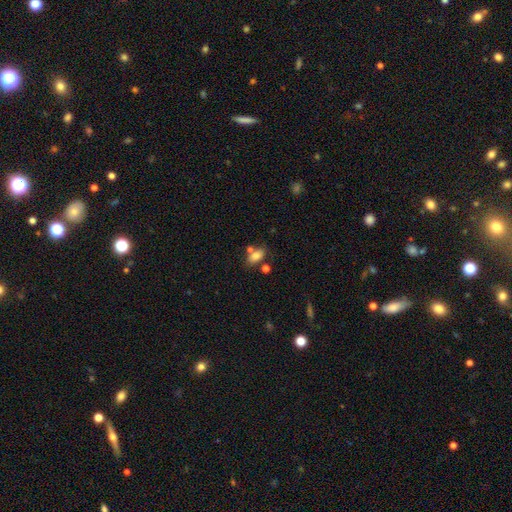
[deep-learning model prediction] A smooth galaxy with no disk features (79%) that is in between round and cigar-shaped (88%).

Vote fractions:
- Smooth or featured? smooth: 79% / featured or disk: 12% / star or artifact: 10%
- How rounded? in between: 88% / round: 8% / cigar-shaped: 4%
- Merging? none: 62% / merger: 19% / minor disturbance: 14% / major disturbance: 5%